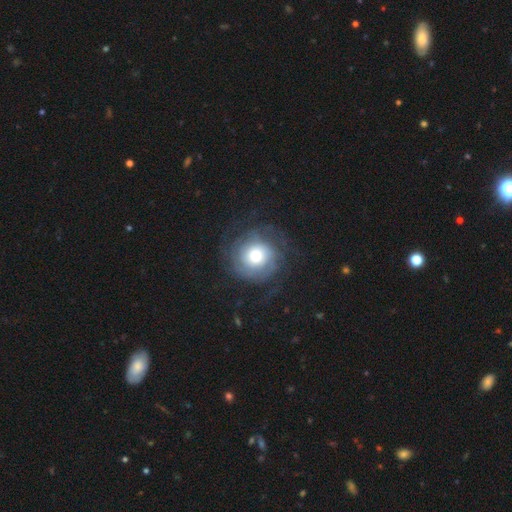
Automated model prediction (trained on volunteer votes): smooth_or_featured: featured or disk (p=0.68) [alt: smooth p=0.24]
disk_edge_on: no (p=0.98) [alt: yes p=0.02]
bar: no (p=0.81) [alt: weak p=0.15]
has_spiral_arms: yes (p=0.89) [alt: no p=0.11]
spiral_winding: tight (p=0.60) [alt: medium p=0.27]
spiral_arm_count: can't tell (p=0.38) [alt: 2 p=0.23]
bulge_size: moderate (p=0.51) [alt: large p=0.34]
merging: none (p=0.70) [alt: major disturbance p=0.15]